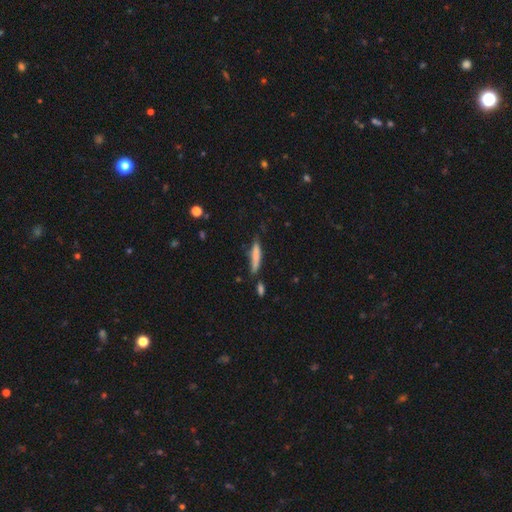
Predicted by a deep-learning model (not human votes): smooth_or_featured: smooth (p=0.73) [alt: featured or disk p=0.20]
how_rounded: cigar-shaped (p=0.87) [alt: in between p=0.12]
merging: none (p=0.64) [alt: minor disturbance p=0.23]